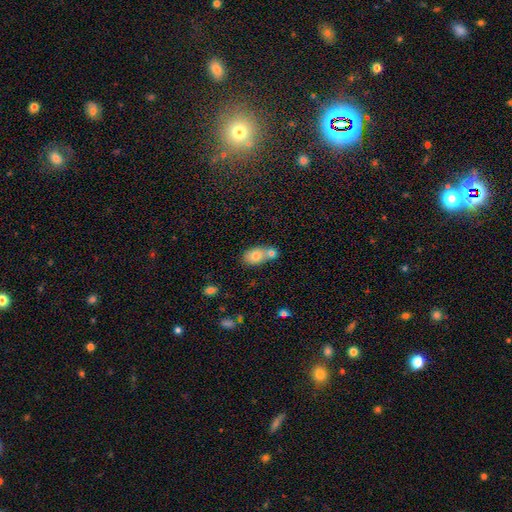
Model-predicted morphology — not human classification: smooth 77%, featured or disk 14%, star or artifact 8%. Down the decision tree: how rounded — in between (78%); merging — merger (57%).